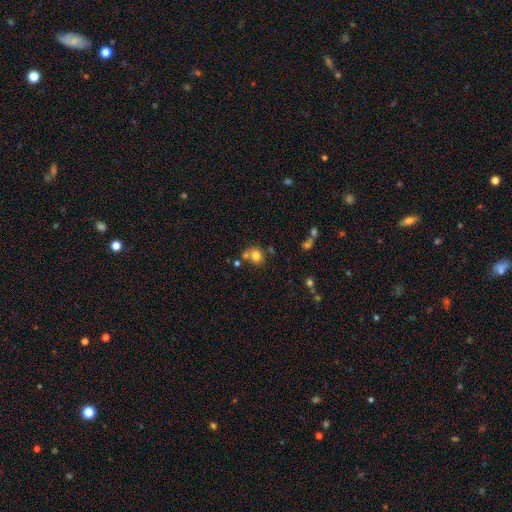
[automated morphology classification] Overall: smooth (78%). How rounded: round (79%). Merging: none (60%; merger 24%).